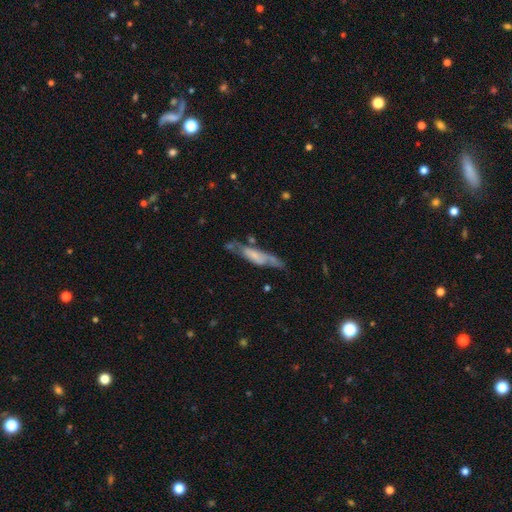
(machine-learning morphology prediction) smooth-or-featured: featured or disk: 54% | smooth: 39% | star or artifact: 7%
  disk-edge-on: no: 54% | yes: 46%
  merging: none: 50% | minor disturbance: 27% | major disturbance: 15% | merger: 8%